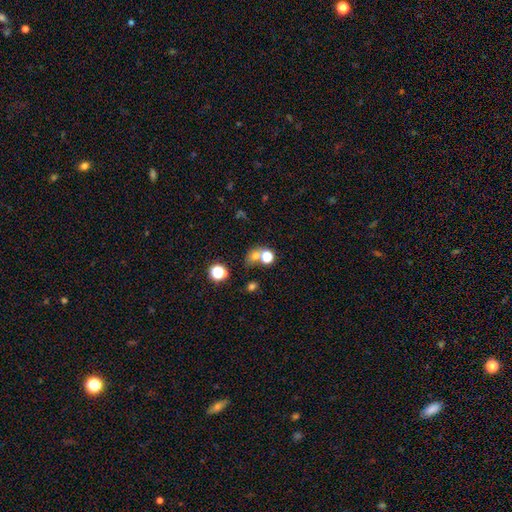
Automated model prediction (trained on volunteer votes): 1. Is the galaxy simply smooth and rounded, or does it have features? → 63% smooth, 26% star or artifact, 11% featured or disk.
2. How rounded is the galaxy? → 58% round, 40% in between, 2% cigar-shaped.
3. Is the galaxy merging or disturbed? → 51% none, 33% merger, 10% minor disturbance, 6% major disturbance.